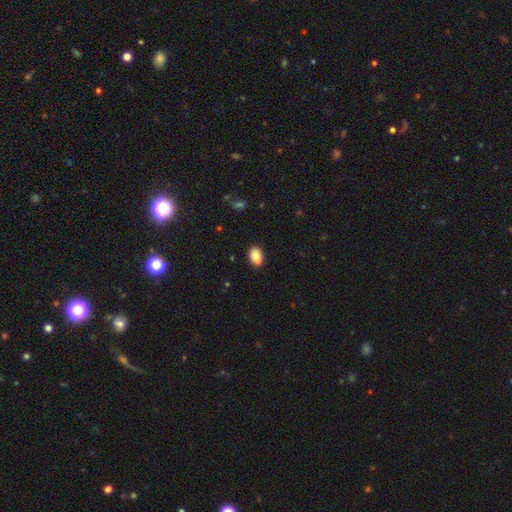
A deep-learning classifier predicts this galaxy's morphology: A smooth galaxy with no disk features (81%) that is in between round and cigar-shaped (82%). Merging: none (74%).